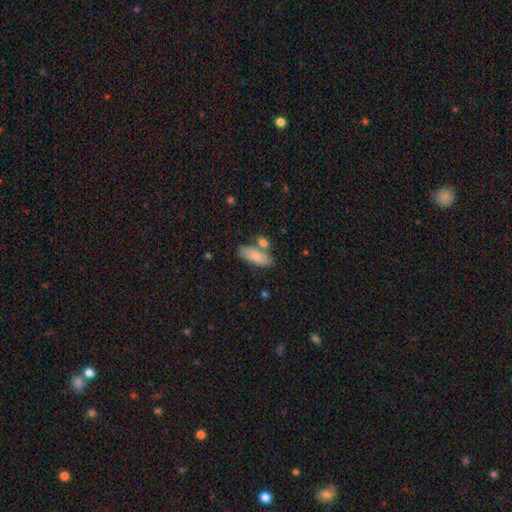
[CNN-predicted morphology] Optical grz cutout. It shows a smooth galaxy with no disk features (82%) that is in between round and cigar-shaped (80%). Merging: none (65%).